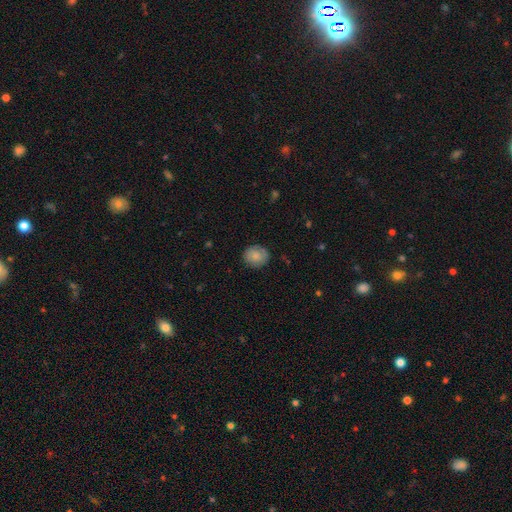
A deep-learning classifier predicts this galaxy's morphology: This appears to be a smooth galaxy with no disk features (75%) that is round (76%). Merging: none (82%).